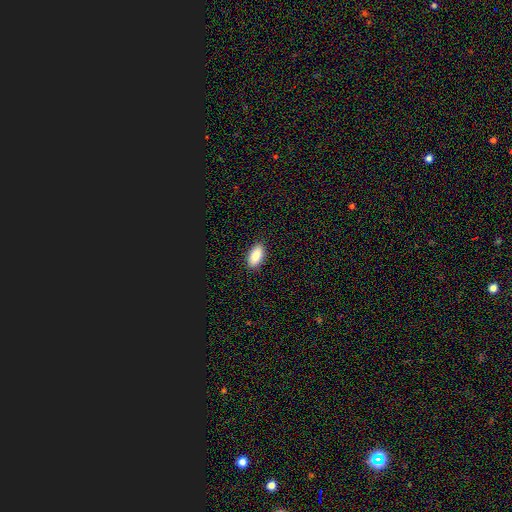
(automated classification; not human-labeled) A smooth galaxy with no disk features (85%) that is in between round and cigar-shaped (92%).

Vote fractions:
- Smooth or featured? smooth: 85% / star or artifact: 7% / featured or disk: 7%
- How rounded? in between: 92% / cigar-shaped: 5% / round: 3%
- Merging? none: 90% / minor disturbance: 8% / major disturbance: 2% / merger: 1%